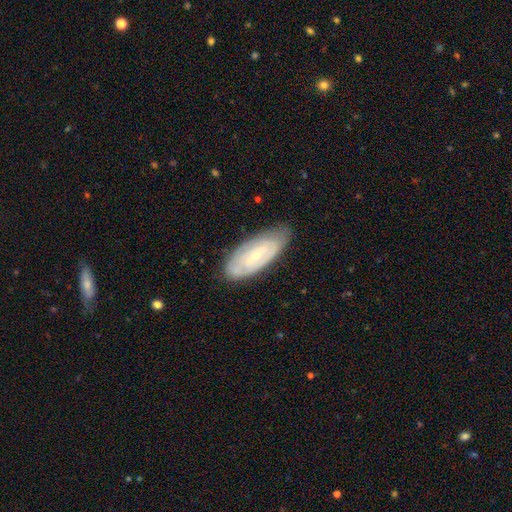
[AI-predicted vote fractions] Smooth or featured: featured or disk — 64% (smooth — 30%)
Edge-on disk: no — 88% (yes — 12%)
Bar: no — 59% (weak — 32%)
Spiral arms: yes — 70% (no — 30%)
Bulge size: small — 72% (moderate — 24%)
Merging: none — 76% (minor disturbance — 19%)